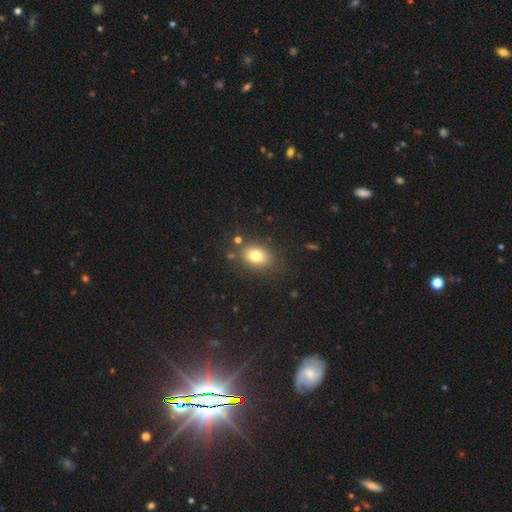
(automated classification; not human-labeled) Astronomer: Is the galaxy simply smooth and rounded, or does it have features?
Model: smooth — 78%.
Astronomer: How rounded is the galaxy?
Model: in between — 77%.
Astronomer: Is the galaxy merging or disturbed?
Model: none — 80%.